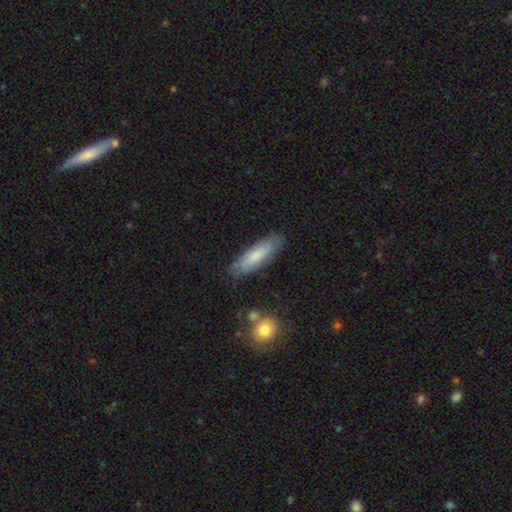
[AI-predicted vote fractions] Smooth or featured? Predicted: smooth (p=0.72). How rounded? Predicted: cigar-shaped (p=0.60). Merging? Predicted: none (p=0.81).